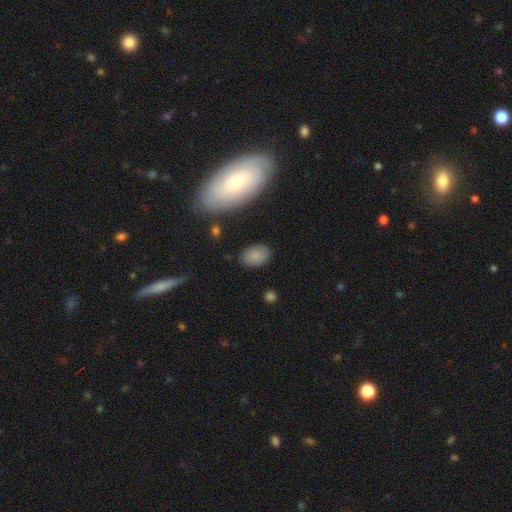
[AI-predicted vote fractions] Smooth or featured? Predicted: smooth (p=0.84). How rounded? Predicted: in between (p=0.86). Merging? Predicted: none (p=0.85).